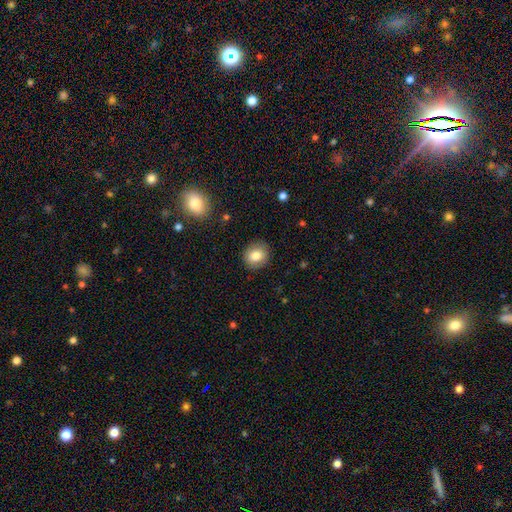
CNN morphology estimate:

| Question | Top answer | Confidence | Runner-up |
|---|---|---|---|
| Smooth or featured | smooth | 82% | featured or disk (9%) |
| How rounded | round | 74% | in between (25%) |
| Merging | none | 88% | minor disturbance (9%) |